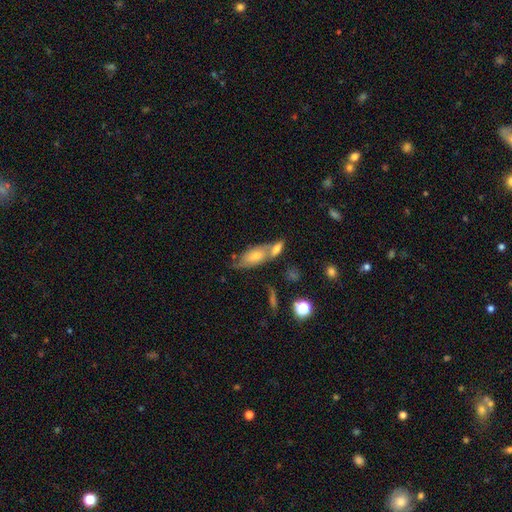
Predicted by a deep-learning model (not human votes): Smooth or featured? smooth (47%)
Merging? none (41%)